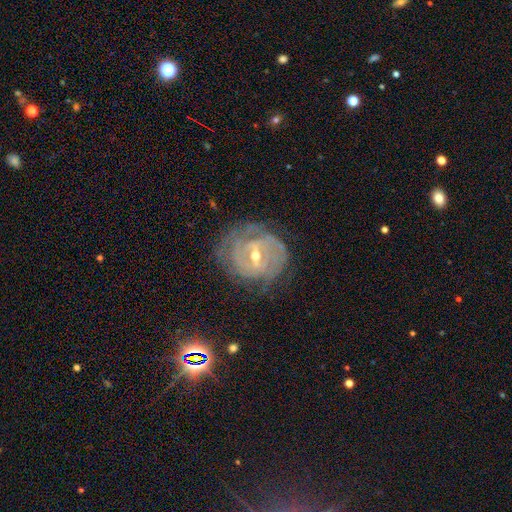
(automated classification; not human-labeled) smooth-or-featured: featured or disk: 85% | smooth: 9% | star or artifact: 6%
  disk-edge-on: no: 96% | yes: 4%
    bar: weak: 51% | strong: 32% | no: 17%
    has-spiral-arms: yes: 91% | no: 9%
      spiral-winding: tight: 71% | medium: 23% | loose: 6%
      spiral-arm-count: can't tell: 40% | 2: 24% | 3: 17% | 4: 10% | 1: 5% | more than 4: 5%
    bulge-size: moderate: 51% | small: 46% | large: 2% | none: 1% | dominant: 1%
  merging: none: 69% | minor disturbance: 20% | major disturbance: 10% | merger: 2%